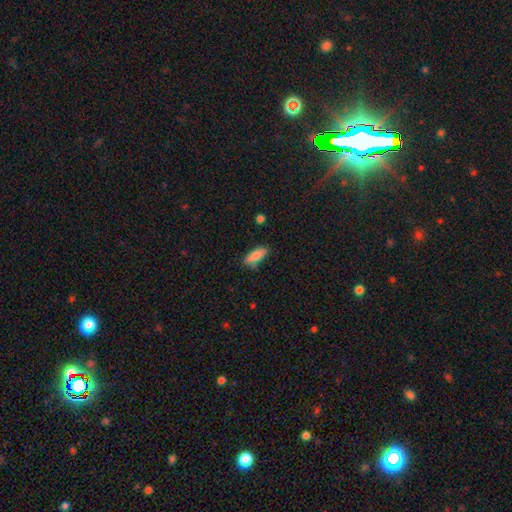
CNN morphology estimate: A smooth galaxy with no disk features (84%) that is in between round and cigar-shaped (59%). Merging: none (77%).